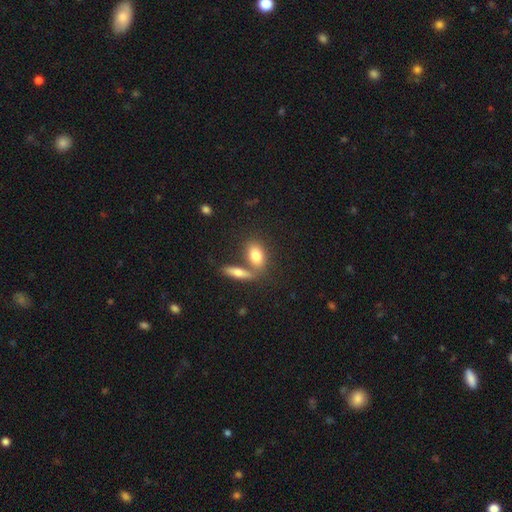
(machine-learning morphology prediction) type=smooth (78%); roundness=in between (80%); merging=none (49%).